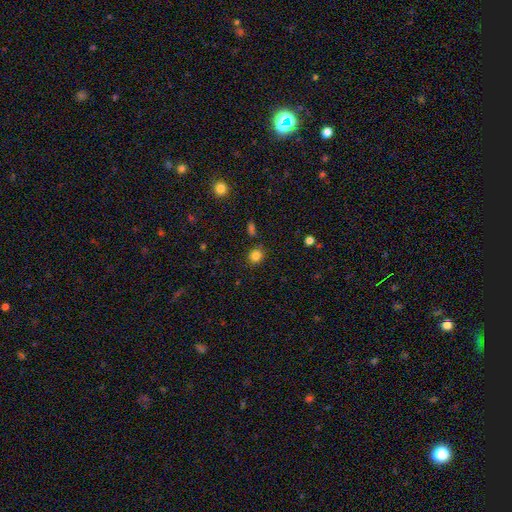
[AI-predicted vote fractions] A smooth galaxy with no disk features (83%) that is round (79%).

Vote fractions:
- Smooth or featured? smooth: 83% / star or artifact: 12% / featured or disk: 5%
- How rounded? round: 79% / in between: 20% / cigar-shaped: 1%
- Merging? none: 86% / minor disturbance: 9% / merger: 3% / major disturbance: 2%